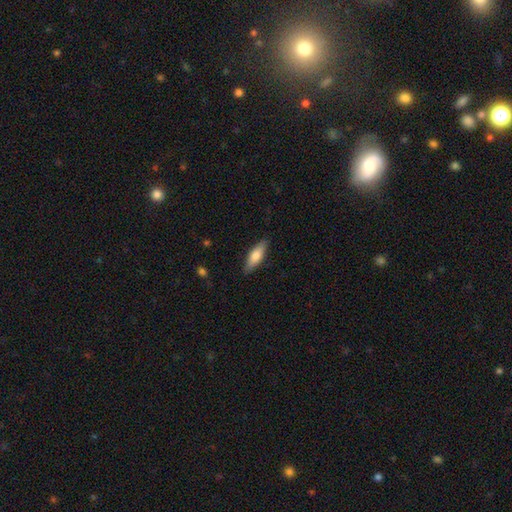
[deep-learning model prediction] Morphology: type=smooth (71%); roundness=in between (54%); merging=none (86%).